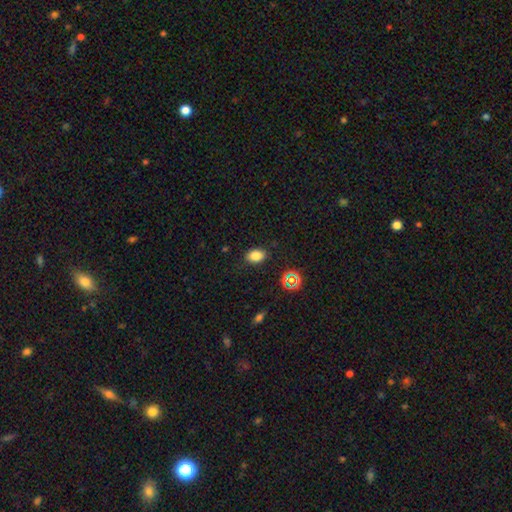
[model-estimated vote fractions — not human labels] A smooth galaxy with no disk features (79%) that is in between round and cigar-shaped (81%). Merging: none (85%).